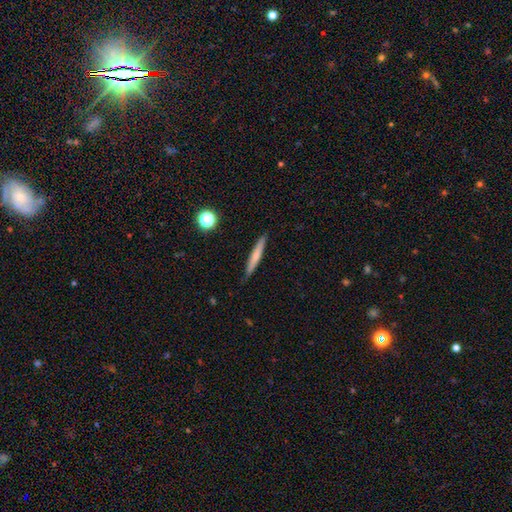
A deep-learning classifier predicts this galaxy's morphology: A smooth galaxy with no disk features (62%) that is cigar-shaped (95%).

Vote fractions:
- Smooth or featured? smooth: 62% / featured or disk: 31% / star or artifact: 7%
- How rounded? cigar-shaped: 95% / in between: 4% / round: 2%
- Merging? none: 88% / minor disturbance: 9% / major disturbance: 2% / merger: 1%